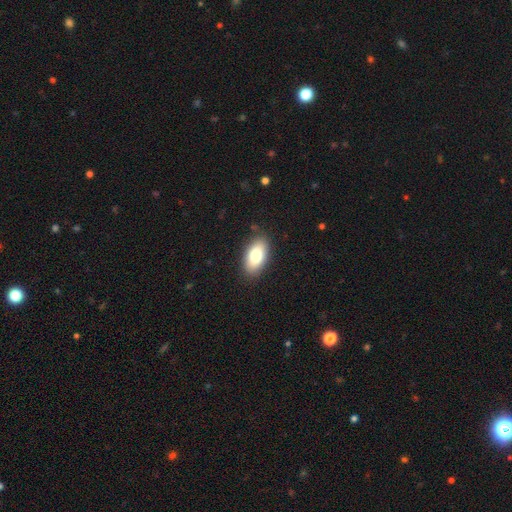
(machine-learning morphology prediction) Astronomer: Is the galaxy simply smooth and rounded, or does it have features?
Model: smooth — 79%.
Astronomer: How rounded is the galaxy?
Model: in between — 93%.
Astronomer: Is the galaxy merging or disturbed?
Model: none — 87%.